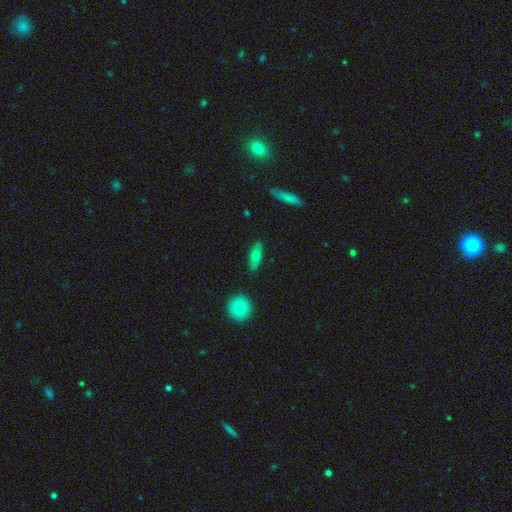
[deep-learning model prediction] smooth-or-featured: smooth: 62% | featured or disk: 30% | star or artifact: 7%
  how-rounded: in between: 68% | cigar-shaped: 27% | round: 5%
  merging: none: 85% | minor disturbance: 11% | major disturbance: 2% | merger: 2%